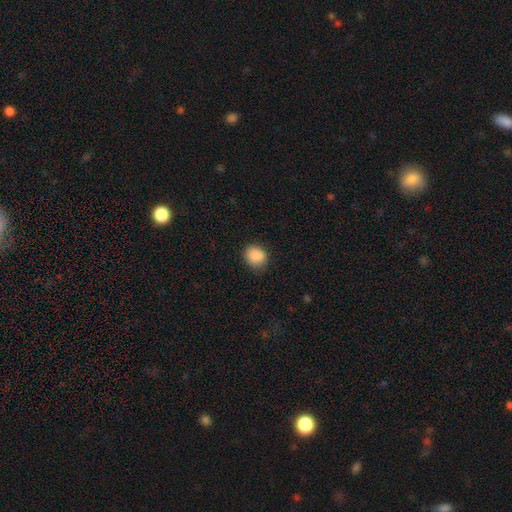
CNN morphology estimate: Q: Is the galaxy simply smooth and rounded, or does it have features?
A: smooth — 89%.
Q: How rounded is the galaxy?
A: round — 62%.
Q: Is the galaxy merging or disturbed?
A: none — 78%.